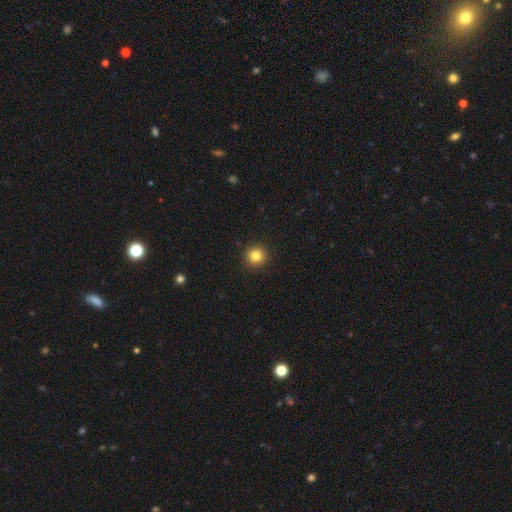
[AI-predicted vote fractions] Smooth or featured? Predicted: smooth (p=0.83). How rounded? Predicted: round (p=0.93). Merging? Predicted: none (p=0.93).